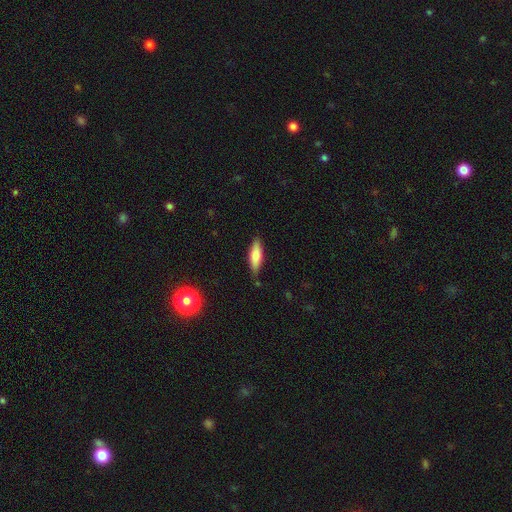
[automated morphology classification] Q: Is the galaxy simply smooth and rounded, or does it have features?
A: smooth — 75%.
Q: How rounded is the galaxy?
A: in between — 52%.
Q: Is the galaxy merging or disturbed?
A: none — 81%.